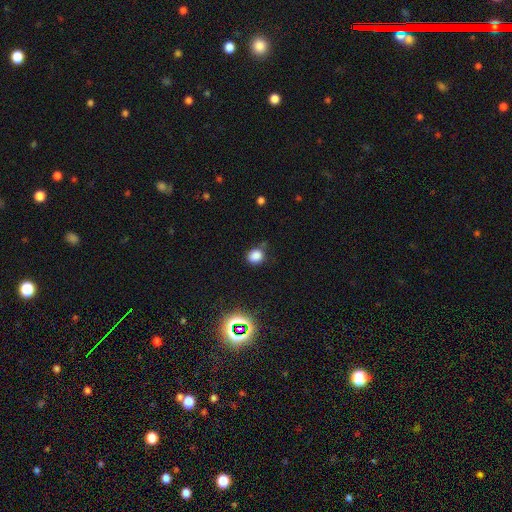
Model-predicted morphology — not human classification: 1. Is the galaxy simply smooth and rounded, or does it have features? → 80% smooth, 15% star or artifact, 4% featured or disk.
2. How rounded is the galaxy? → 75% round, 23% in between, 1% cigar-shaped.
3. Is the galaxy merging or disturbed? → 73% none, 18% minor disturbance, 5% major disturbance, 4% merger.